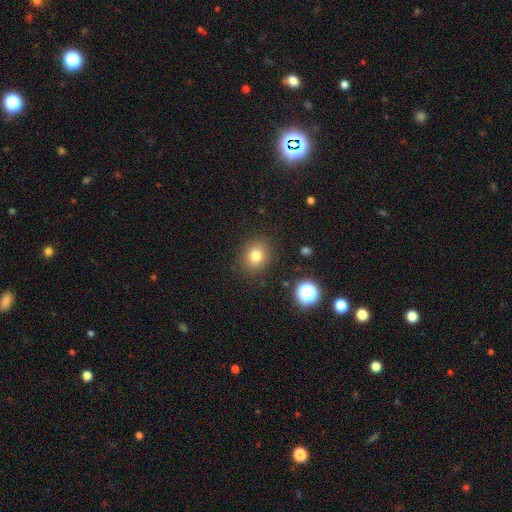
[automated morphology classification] A smooth galaxy with no disk features (79%) that is round (74%).

Vote fractions:
- Smooth or featured? smooth: 79% / star or artifact: 13% / featured or disk: 8%
- How rounded? round: 74% / in between: 25% / cigar-shaped: 1%
- Merging? none: 88% / minor disturbance: 8% / major disturbance: 3% / merger: 1%